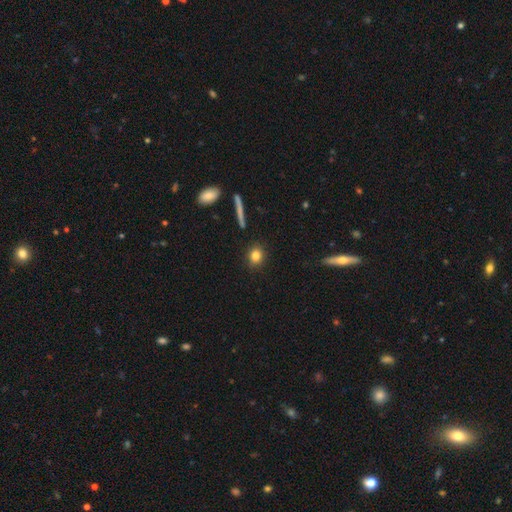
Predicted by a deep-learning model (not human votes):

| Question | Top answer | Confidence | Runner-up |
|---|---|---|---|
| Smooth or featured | smooth | 82% | star or artifact (10%) |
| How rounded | round | 71% | in between (26%) |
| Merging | none | 89% | minor disturbance (7%) |